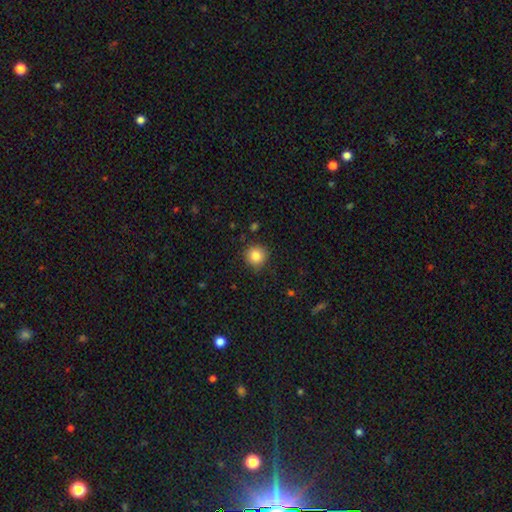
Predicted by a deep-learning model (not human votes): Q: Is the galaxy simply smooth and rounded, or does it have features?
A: smooth — 84%.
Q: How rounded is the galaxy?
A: round — 93%.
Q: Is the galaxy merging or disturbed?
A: none — 86%.